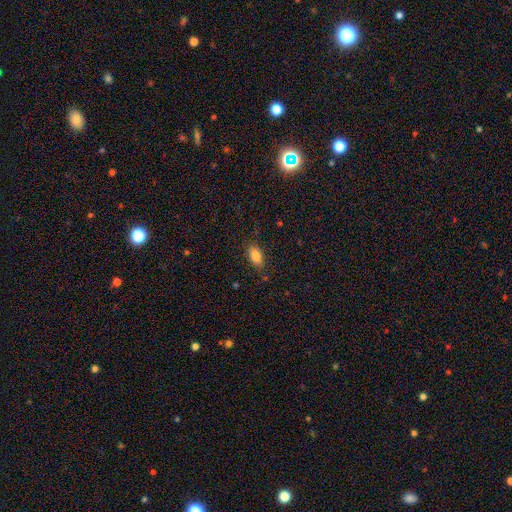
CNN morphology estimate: A smooth galaxy with no disk features (86%) that is in between round and cigar-shaped (91%). Merging: none (83%).